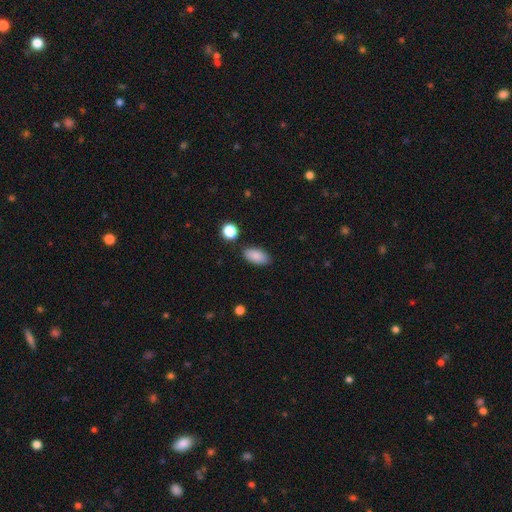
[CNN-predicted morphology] Smooth or featured? Predicted: smooth (p=0.87). How rounded? Predicted: in between (p=0.92). Merging? Predicted: none (p=0.85).